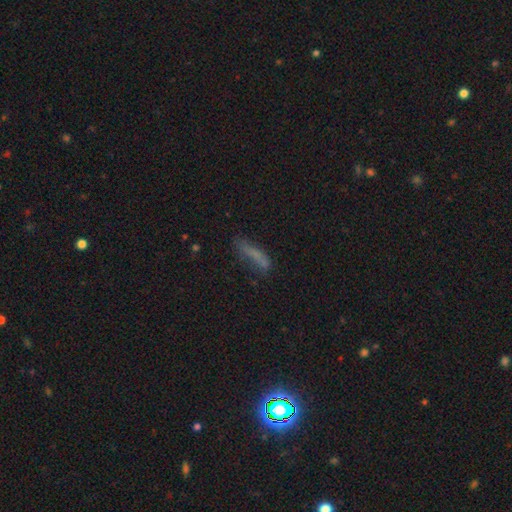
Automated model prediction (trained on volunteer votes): smooth_or_featured: smooth (p=0.65) [alt: featured or disk p=0.23]
how_rounded: cigar-shaped (p=0.77) [alt: in between p=0.21]
merging: none (p=0.55) [alt: minor disturbance p=0.27]